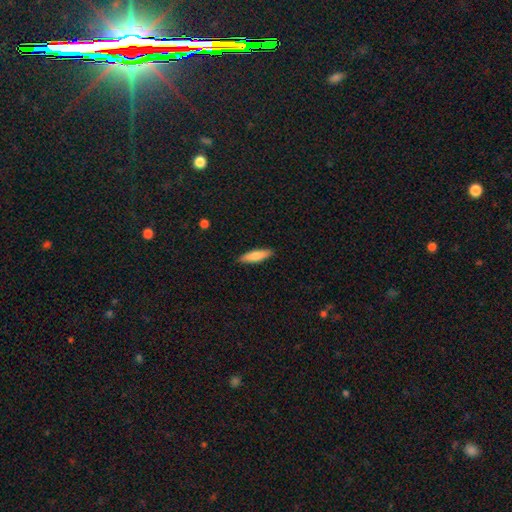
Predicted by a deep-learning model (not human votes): This appears to be a smooth galaxy with no disk features (77%) that is cigar-shaped (65%). Merging: none (89%).